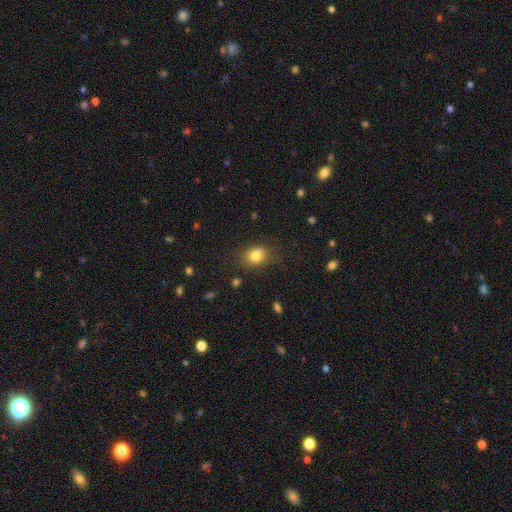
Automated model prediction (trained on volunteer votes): A smooth galaxy with no disk features (82%) that is in between round and cigar-shaped (55%).

Vote fractions:
- Smooth or featured? smooth: 82% / star or artifact: 11% / featured or disk: 8%
- How rounded? in between: 55% / round: 44% / cigar-shaped: 1%
- Merging? none: 77% / minor disturbance: 16% / major disturbance: 5% / merger: 2%